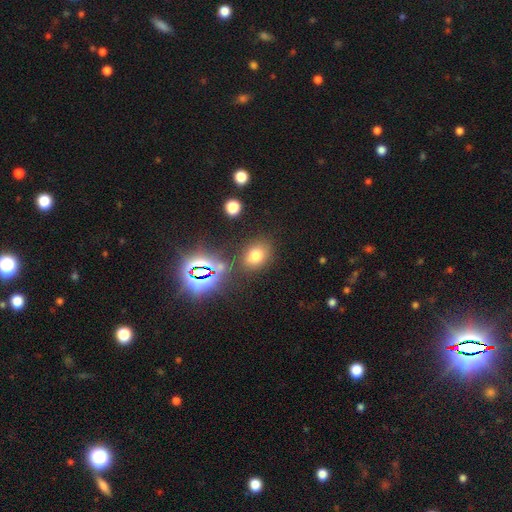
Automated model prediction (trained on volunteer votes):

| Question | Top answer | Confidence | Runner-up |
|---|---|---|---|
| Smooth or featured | smooth | 69% | star or artifact (22%) |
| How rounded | in between | 58% | round (41%) |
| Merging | none | 78% | minor disturbance (11%) |